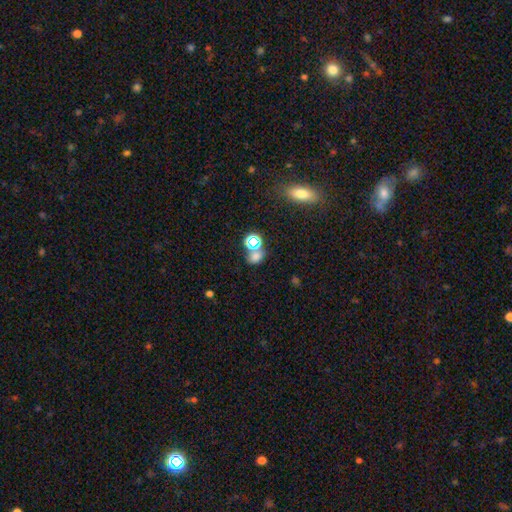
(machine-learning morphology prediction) smooth-or-featured: smooth: 64% | star or artifact: 26% | featured or disk: 10%
  how-rounded: round: 50% | in between: 48% | cigar-shaped: 2%
  merging: none: 47% | merger: 35% | minor disturbance: 11% | major disturbance: 6%